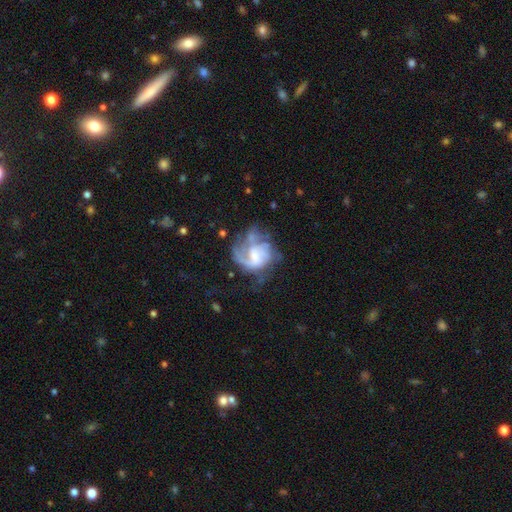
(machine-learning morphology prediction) Q: Smooth or featured?
A: featured or disk (75%); runner-up: smooth (17%)
Q: Edge-on disk?
A: no (98%); runner-up: yes (2%)
Q: Bar?
A: no (48%); runner-up: weak (43%)
Q: Spiral arms?
A: yes (83%); runner-up: no (17%)
Q: Spiral winding?
A: medium (42%); runner-up: tight (32%)
Q: Spiral arm count?
A: can't tell (34%); runner-up: 2 (27%)
Q: Bulge size?
A: moderate (35%); runner-up: small (24%)
Q: Merging?
A: none (38%); runner-up: major disturbance (35%)